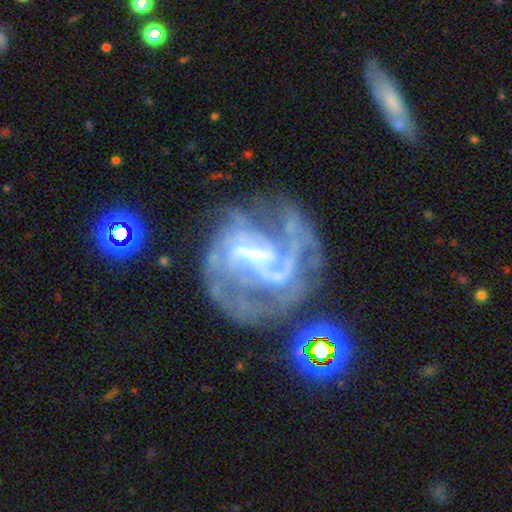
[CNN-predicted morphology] smooth_or_featured: featured or disk (p=0.86) [alt: star or artifact p=0.08]
disk_edge_on: no (p=0.98) [alt: yes p=0.02]
bar: weak (p=0.46) [alt: strong p=0.36]
has_spiral_arms: yes (p=0.92) [alt: no p=0.08]
spiral_winding: medium (p=0.46) [alt: tight p=0.33]
spiral_arm_count: 2 (p=0.32) [alt: can't tell p=0.26]
bulge_size: none (p=0.41) [alt: small p=0.39]
merging: none (p=0.51) [alt: major disturbance p=0.25]